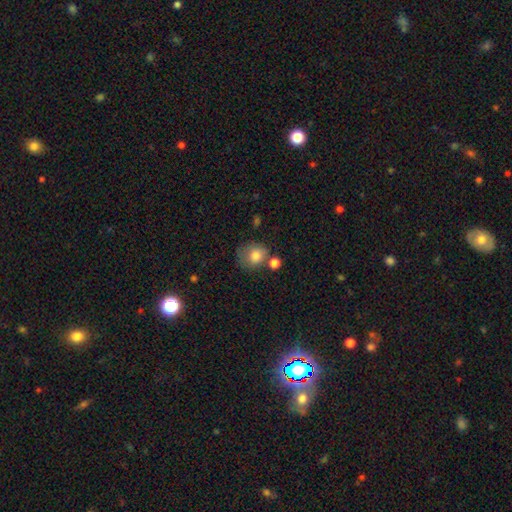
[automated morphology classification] Smooth or featured: smooth — 80% (featured or disk — 10%)
How rounded: round — 71% (in between — 28%)
Merging: none — 52% (minor disturbance — 22%)